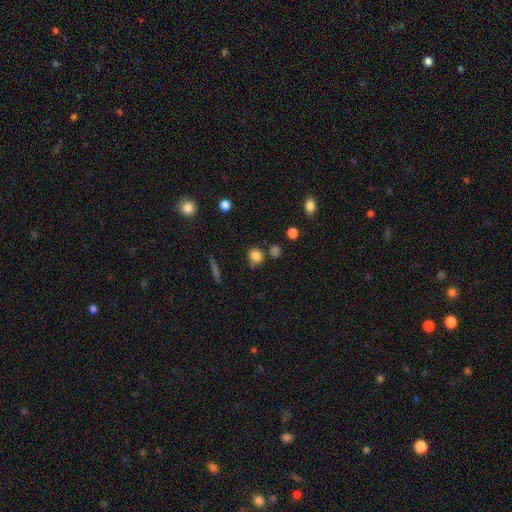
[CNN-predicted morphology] smooth_or_featured: smooth (p=0.82) [alt: star or artifact p=0.12]
how_rounded: round (p=0.82) [alt: in between p=0.17]
merging: none (p=0.73) [alt: minor disturbance p=0.14]